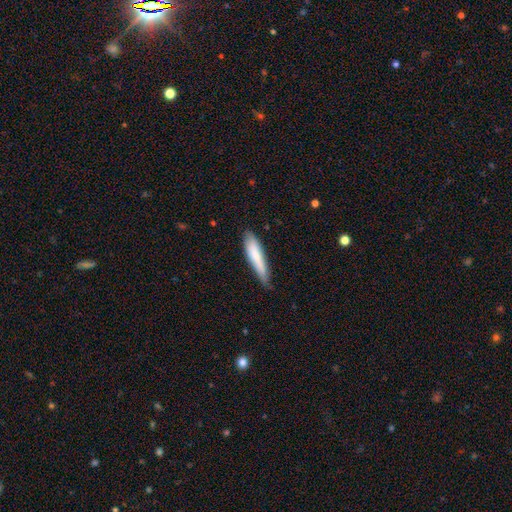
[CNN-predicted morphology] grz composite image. It shows a smooth galaxy with no disk features (76%) that is cigar-shaped (81%). Merging: none (66%).